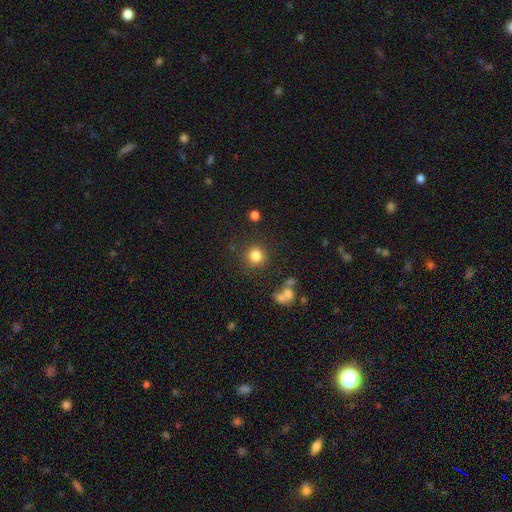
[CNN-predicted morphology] smooth-or-featured: smooth: 82% | star or artifact: 12% | featured or disk: 6%
  how-rounded: round: 92% | in between: 7% | cigar-shaped: 1%
  merging: none: 84% | minor disturbance: 8% | merger: 4% | major disturbance: 4%